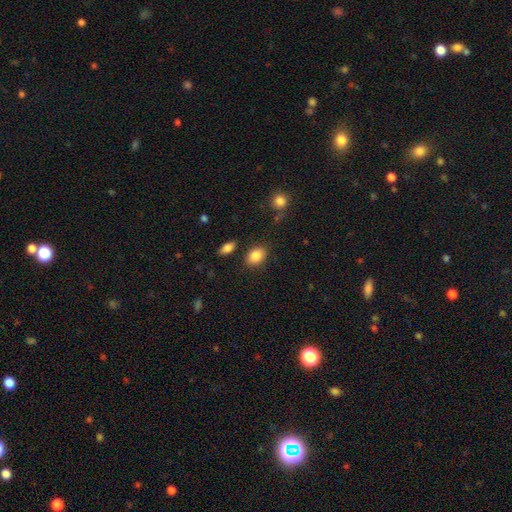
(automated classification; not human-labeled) This is clearly a smooth galaxy (87%). How rounded: likely in between (77%). Merging: clearly none (81%).